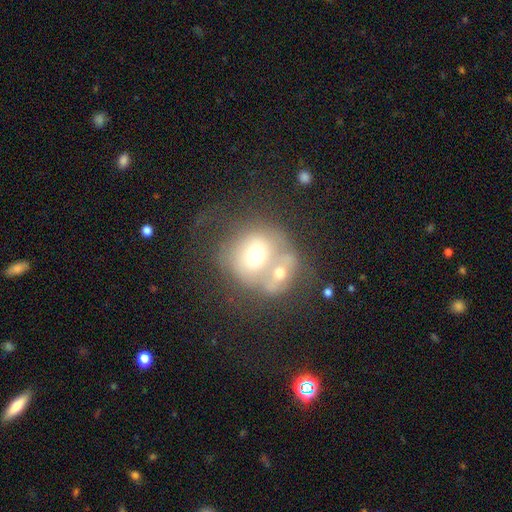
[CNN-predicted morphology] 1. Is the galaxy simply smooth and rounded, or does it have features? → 52% smooth, 37% featured or disk, 11% star or artifact.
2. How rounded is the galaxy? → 72% round, 27% in between, 1% cigar-shaped.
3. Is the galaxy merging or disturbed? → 60% merger, 20% none, 11% major disturbance, 9% minor disturbance.